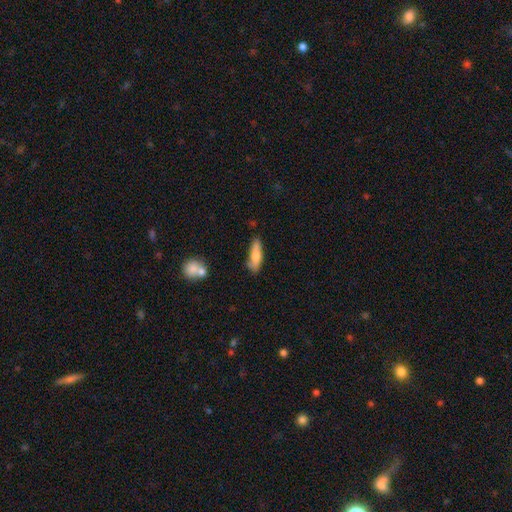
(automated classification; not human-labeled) The model was most divided on "how rounded": cigar-shaped: 55%, in between: 43%, round: 2%. More confident: merging — none (72%); smooth or featured — smooth (71%).